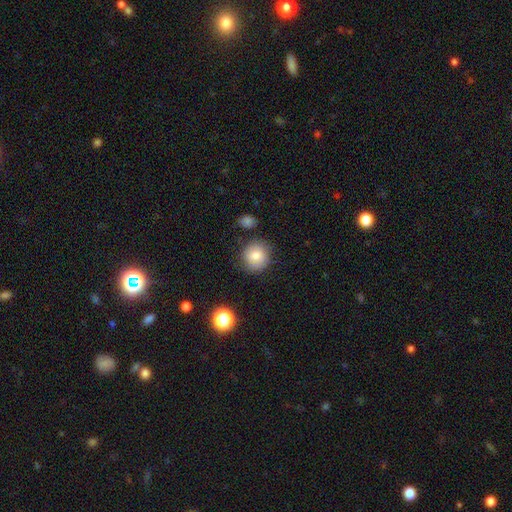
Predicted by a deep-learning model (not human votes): A smooth galaxy with no disk features (81%) that is round (89%). Merging: none (81%).